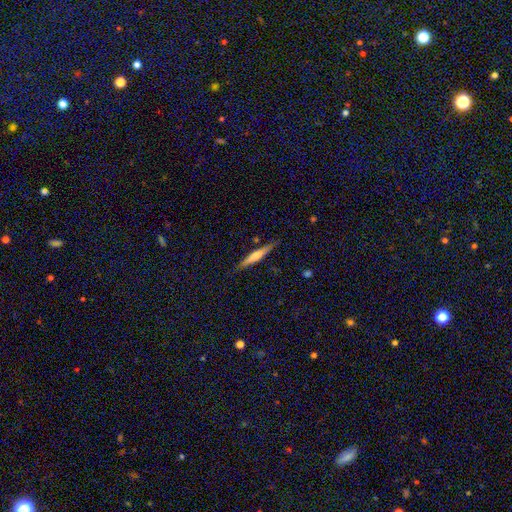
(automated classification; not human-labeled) smooth-or-featured: featured or disk: 50% | smooth: 44% | star or artifact: 6%
  merging: none: 85% | minor disturbance: 11% | major disturbance: 2% | merger: 2%